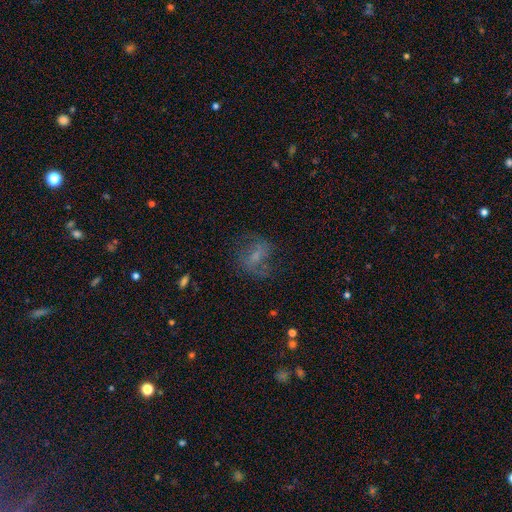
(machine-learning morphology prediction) featured or disk 52%, smooth 33%, star or artifact 15%. Down the decision tree: edge-on disk — no (96%); merging — none (59%).